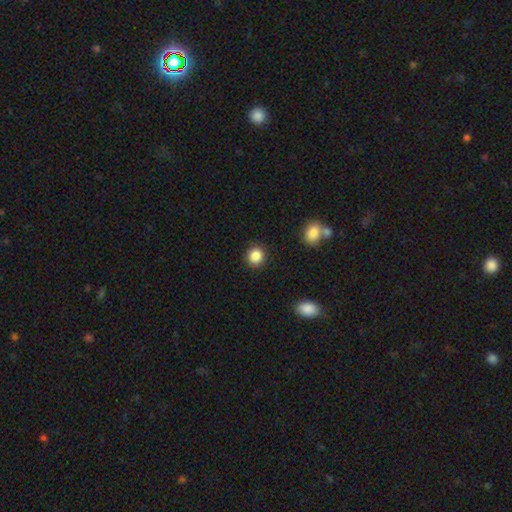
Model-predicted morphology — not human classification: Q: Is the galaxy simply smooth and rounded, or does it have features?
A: smooth — 87%.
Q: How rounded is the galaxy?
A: round — 88%.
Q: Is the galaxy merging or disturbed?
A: none — 90%.